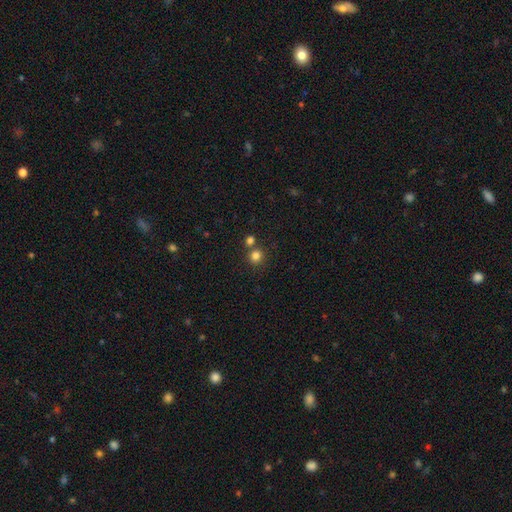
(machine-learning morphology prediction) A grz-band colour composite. It shows a smooth galaxy with no disk features (81%) that is round (88%). Merging: none (68%).